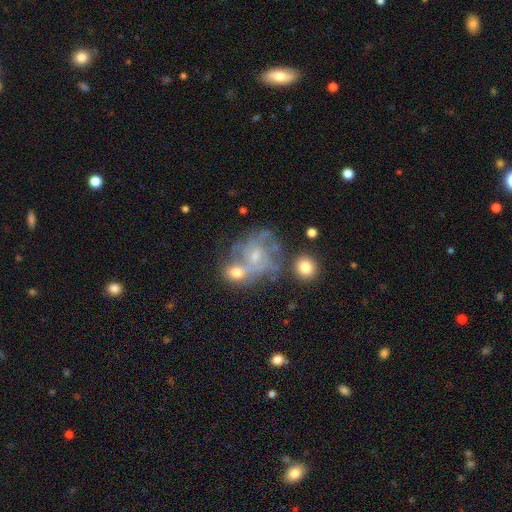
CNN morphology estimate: Smooth or featured? Predicted: featured or disk (p=0.72). Edge-on disk? Predicted: no (p=0.98). Bar? Predicted: no (p=0.55). Spiral arms? Predicted: yes (p=0.79). Spiral winding? Predicted: medium (p=0.43). Spiral arm count? Predicted: can't tell (p=0.39). Bulge size? Predicted: small (p=0.55). Merging? Predicted: none (p=0.39).